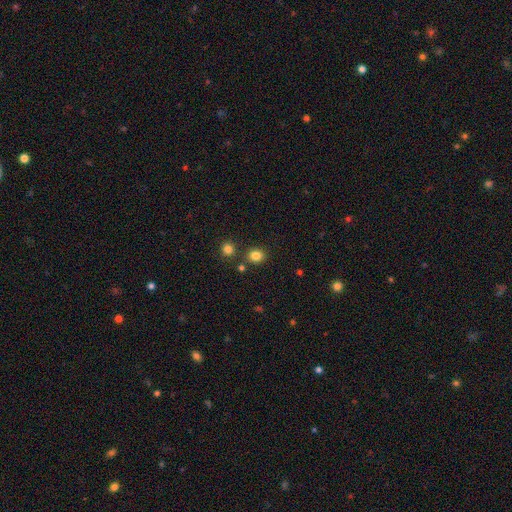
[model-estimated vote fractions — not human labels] Smooth or featured? smooth (82%)
How rounded? round (75%)
Merging? none (82%)